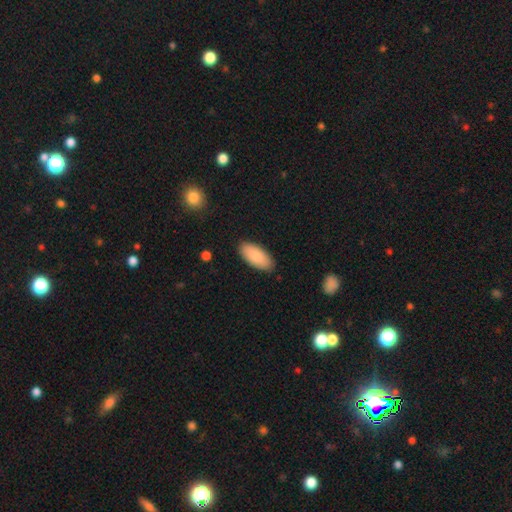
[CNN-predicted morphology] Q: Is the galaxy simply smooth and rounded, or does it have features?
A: smooth — 88%.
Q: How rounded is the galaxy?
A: in between — 91%.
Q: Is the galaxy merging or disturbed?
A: none — 86%.